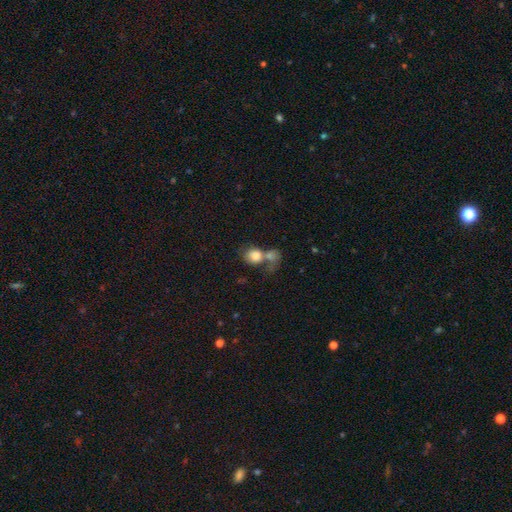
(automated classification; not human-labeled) Q: Smooth or featured?
A: smooth (80%); runner-up: featured or disk (11%)
Q: How rounded?
A: round (66%); runner-up: in between (33%)
Q: Merging?
A: merger (57%); runner-up: none (25%)